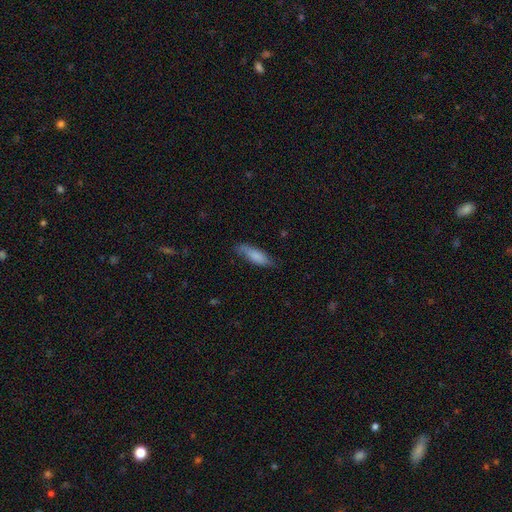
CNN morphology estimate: This is clearly a smooth galaxy (81%). How rounded: possibly cigar-shaped (50%). Merging: likely none (71%).